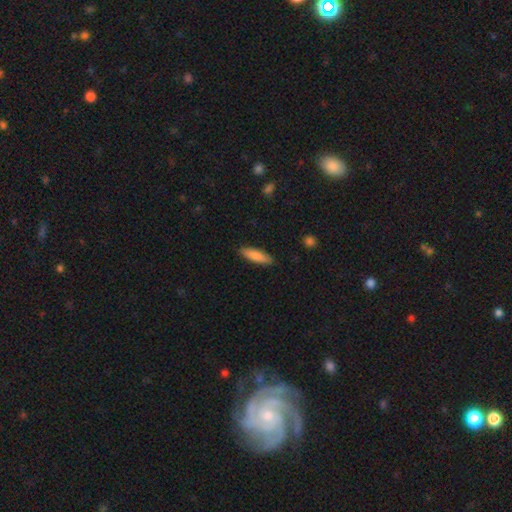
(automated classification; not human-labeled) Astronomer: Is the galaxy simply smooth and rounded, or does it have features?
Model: smooth — 84%.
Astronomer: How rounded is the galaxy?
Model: cigar-shaped — 59% (runner-up: in between, 39%).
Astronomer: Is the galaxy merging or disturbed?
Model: none — 88%.